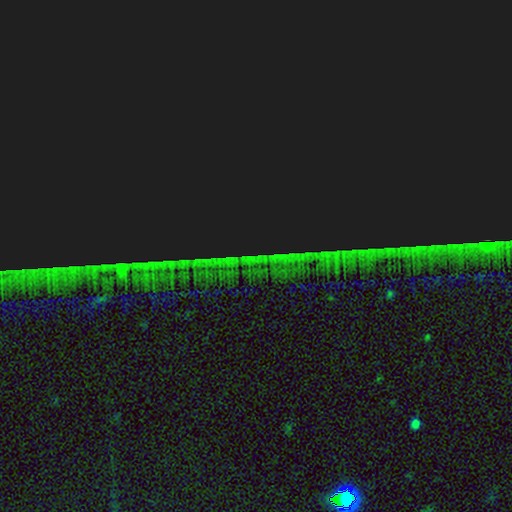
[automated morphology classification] smooth-or-featured: star or artifact: 88% | featured or disk: 7% | smooth: 5%